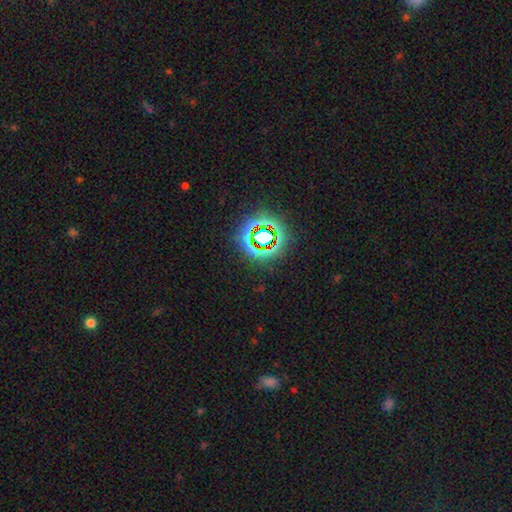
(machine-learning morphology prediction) Smooth or featured? Predicted: star or artifact (p=0.75).